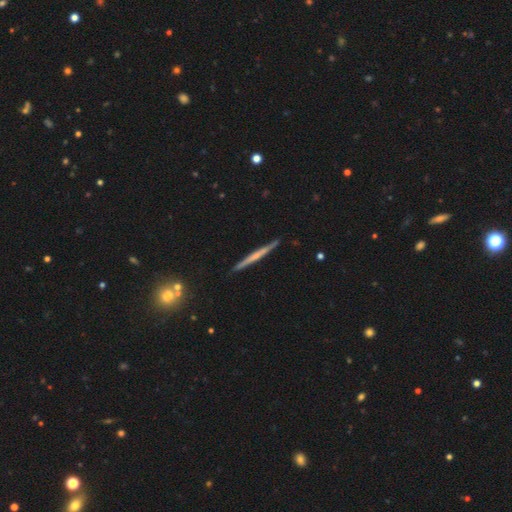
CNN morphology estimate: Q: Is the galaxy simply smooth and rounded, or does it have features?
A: featured or disk — 57%.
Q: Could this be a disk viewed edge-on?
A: yes — 98%.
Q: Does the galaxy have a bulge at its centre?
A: none — 73%.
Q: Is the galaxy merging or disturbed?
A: none — 90%.